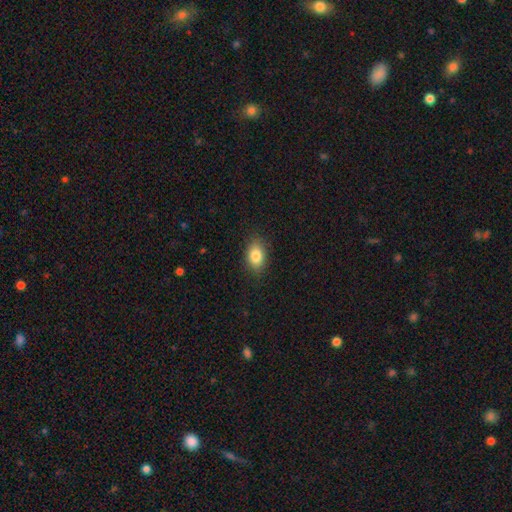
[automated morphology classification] This is clearly a smooth galaxy (84%). How rounded: clearly in between (85%). Merging: clearly none (85%).